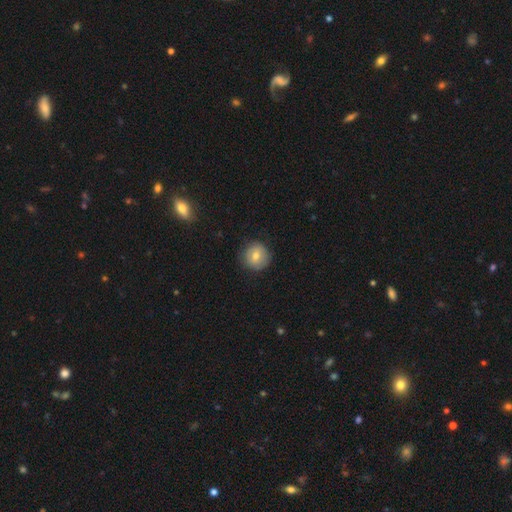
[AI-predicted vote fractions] smooth_or_featured: smooth (p=0.68) [alt: featured or disk p=0.23]
how_rounded: round (p=0.90) [alt: in between p=0.09]
merging: none (p=0.85) [alt: minor disturbance p=0.11]